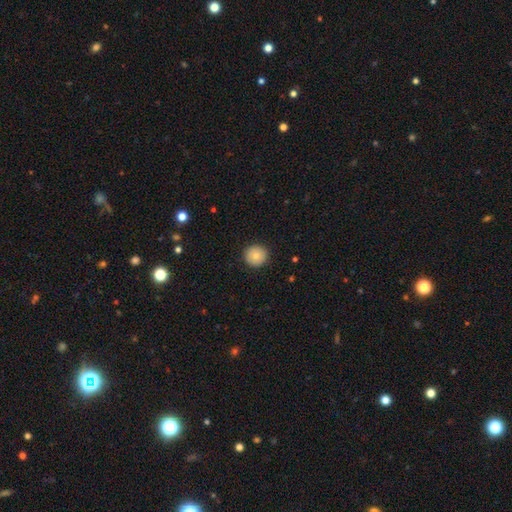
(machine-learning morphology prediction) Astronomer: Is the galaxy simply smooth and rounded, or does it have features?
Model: smooth — 82%.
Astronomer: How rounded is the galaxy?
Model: round — 95%.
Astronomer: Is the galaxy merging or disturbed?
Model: none — 92%.